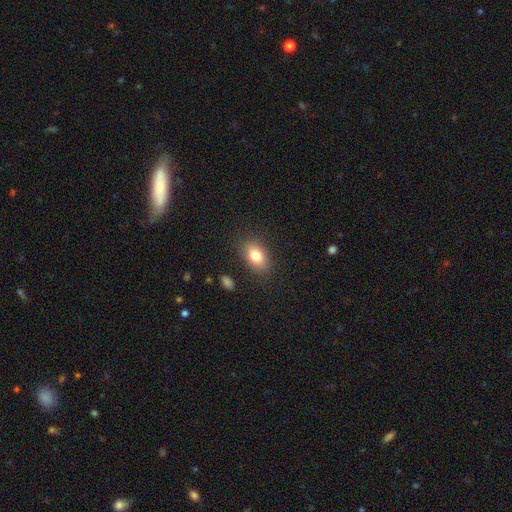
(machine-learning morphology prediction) type=smooth (81%); roundness=in between (83%); merging=none (85%).